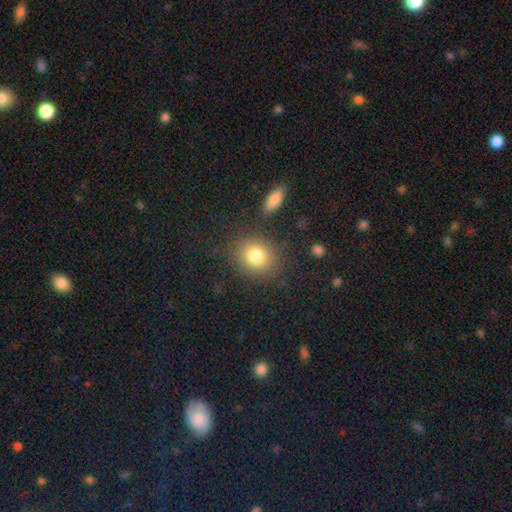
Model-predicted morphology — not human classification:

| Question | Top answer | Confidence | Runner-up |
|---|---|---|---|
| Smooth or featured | smooth | 82% | star or artifact (10%) |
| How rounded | round | 67% | in between (31%) |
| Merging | none | 82% | minor disturbance (10%) |